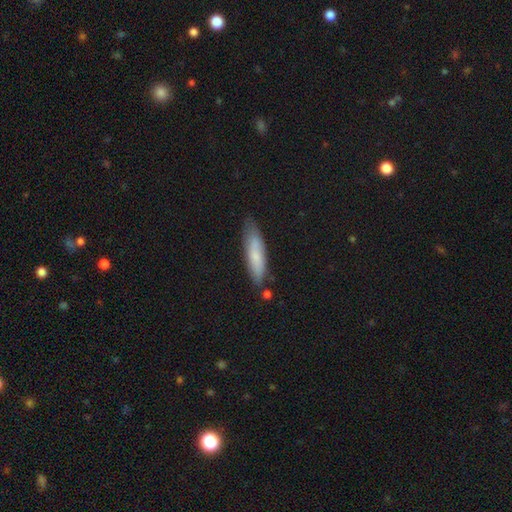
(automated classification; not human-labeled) Q: Smooth or featured?
A: smooth (71%); runner-up: featured or disk (23%)
Q: How rounded?
A: cigar-shaped (73%); runner-up: in between (26%)
Q: Merging?
A: none (73%); runner-up: minor disturbance (19%)